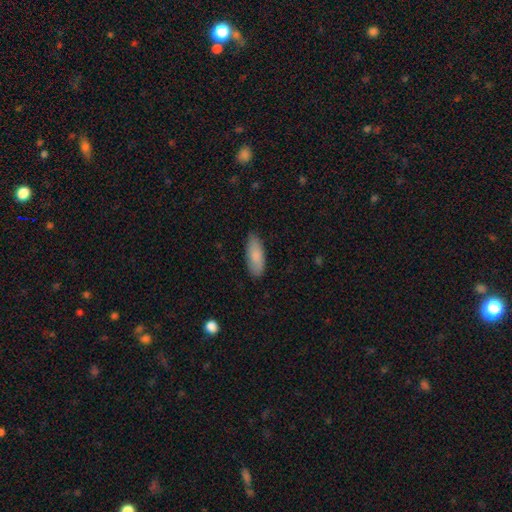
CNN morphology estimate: smooth 85%, featured or disk 10%, star or artifact 6%. Down the decision tree: how rounded — in between (74%); merging — none (85%).